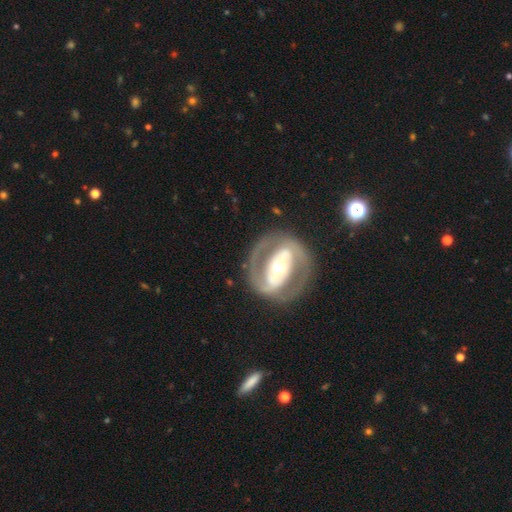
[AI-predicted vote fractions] Smooth or featured: featured or disk — 86% (smooth — 9%)
Edge-on disk: no — 95% (yes — 5%)
Bar: strong — 64% (weak — 22%)
Spiral arms: yes — 83% (no — 17%)
Spiral winding: medium — 44% (tight — 43%)
Spiral arm count: 2 — 88% (can't tell — 5%)
Bulge size: moderate — 57% (small — 33%)
Merging: none — 80% (minor disturbance — 11%)